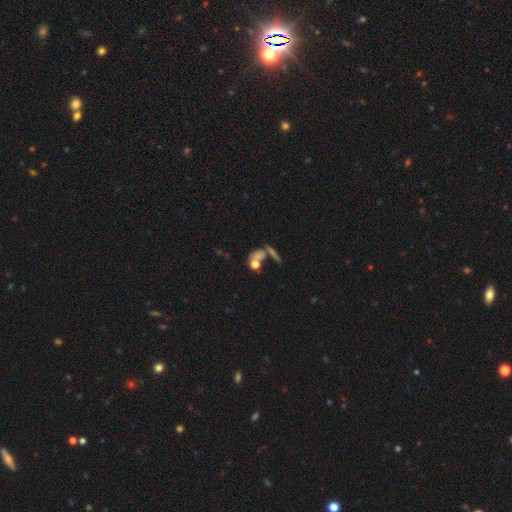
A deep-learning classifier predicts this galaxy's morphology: A smooth galaxy with no disk features (45%).

Vote fractions:
- Smooth or featured? smooth: 45% / star or artifact: 29% / featured or disk: 26%
- Merging? none: 40% / merger: 35% / major disturbance: 13% / minor disturbance: 12%